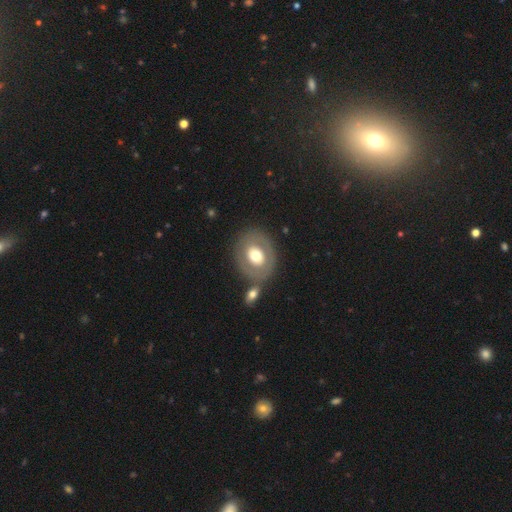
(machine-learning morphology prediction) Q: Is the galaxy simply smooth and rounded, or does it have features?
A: smooth — 49%.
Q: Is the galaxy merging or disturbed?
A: none — 70%.